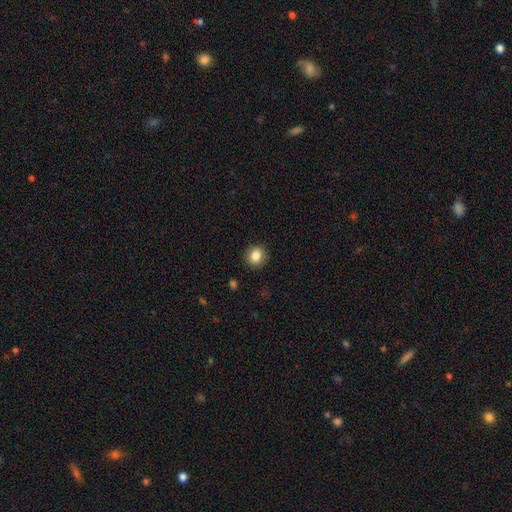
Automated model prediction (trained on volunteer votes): Overall: smooth (85%). How rounded: round (79%). Merging: none (90%).